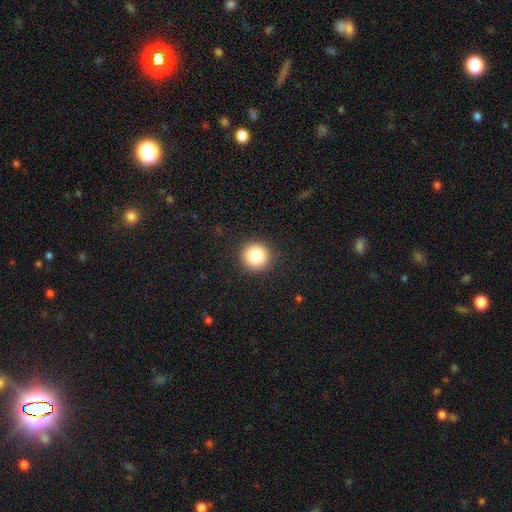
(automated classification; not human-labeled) Smooth or featured?
  - smooth: 83% *
  - star or artifact: 10%
  - featured or disk: 7%
How rounded?
  - round: 95% *
  - in between: 4%
  - cigar-shaped: 1%
Merging?
  - none: 92% *
  - minor disturbance: 6%
  - major disturbance: 2%
  - merger: 1%